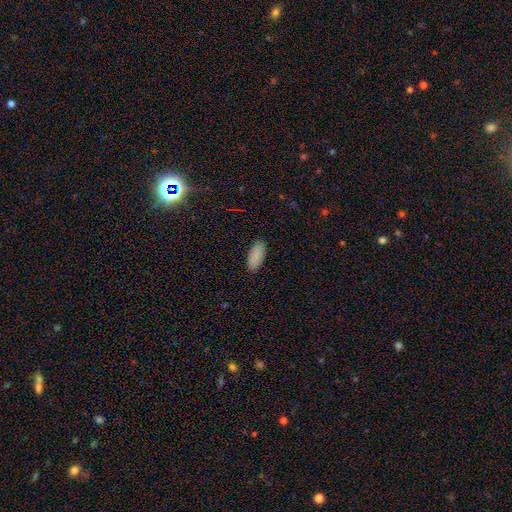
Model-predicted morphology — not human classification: Smooth or featured: smooth — 88% (star or artifact — 7%)
How rounded: in between — 89% (cigar-shaped — 10%)
Merging: none — 88% (minor disturbance — 9%)